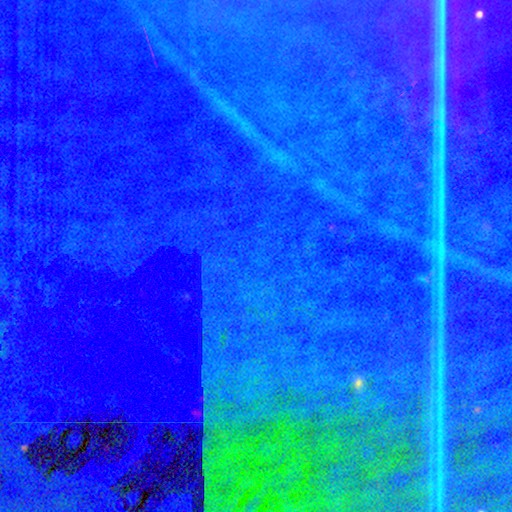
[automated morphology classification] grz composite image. It shows a star or artifact, not a galaxy (85%).